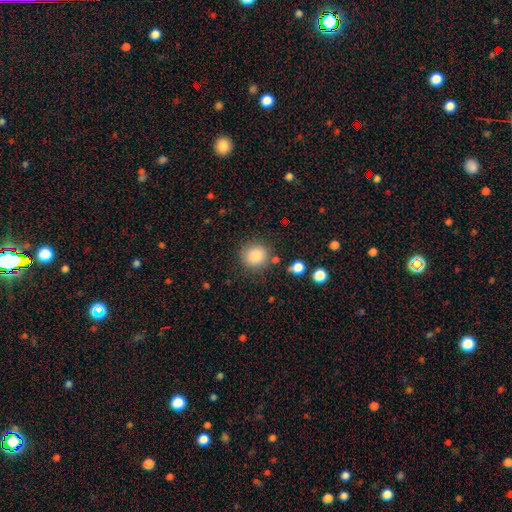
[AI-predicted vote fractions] A smooth galaxy with no disk features (85%) that is round (89%). Merging: none (82%).